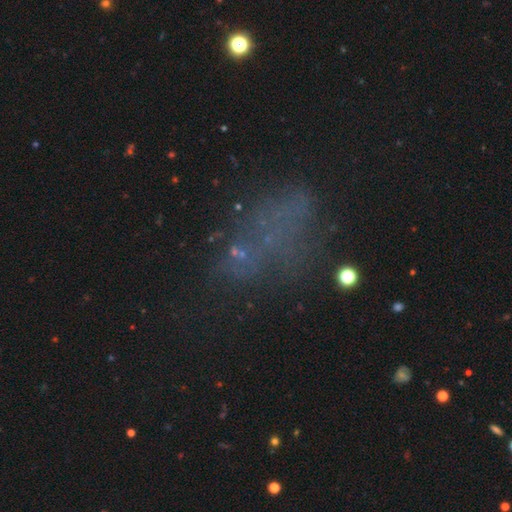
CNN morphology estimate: star or artifact 41%, featured or disk 30%, smooth 29%.